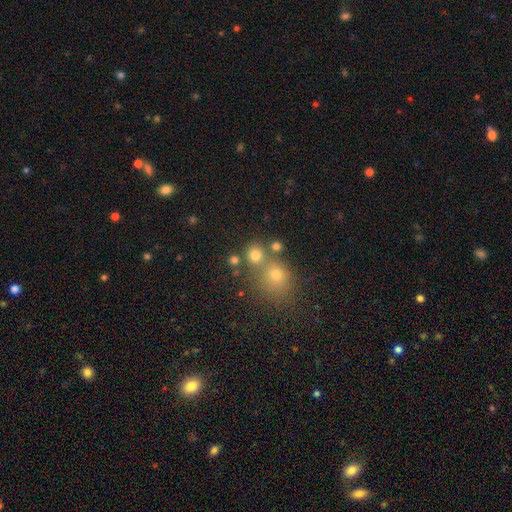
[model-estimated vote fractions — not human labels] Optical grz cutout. It shows a smooth galaxy with no disk features (65%) that is round (82%). Merging: none (56%).